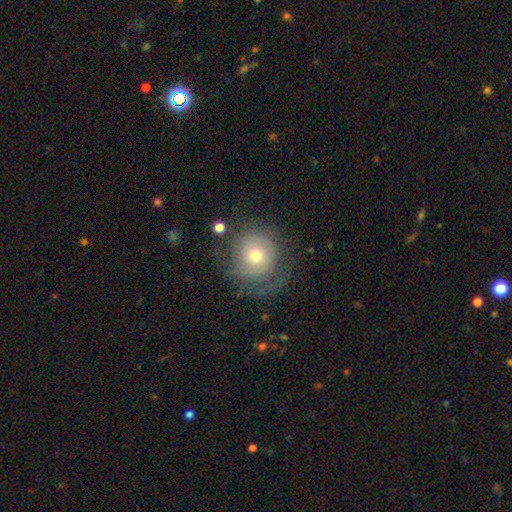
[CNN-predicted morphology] A featured or disk galaxy (53%) with no bar (82%), spiral arms (75%) and a moderate central bulge (57%).

Vote fractions:
- Smooth or featured? featured or disk: 53% / smooth: 38% / star or artifact: 10%
- Edge-on disk? no: 97% / yes: 3%
- Bar? no: 82% / weak: 15% / strong: 3%
- Spiral arms? yes: 75% / no: 25%
- Bulge size? moderate: 57% / small: 36% / large: 4% / dominant: 1% / none: 1%
- Merging? none: 61% / minor disturbance: 20% / major disturbance: 17% / merger: 2%